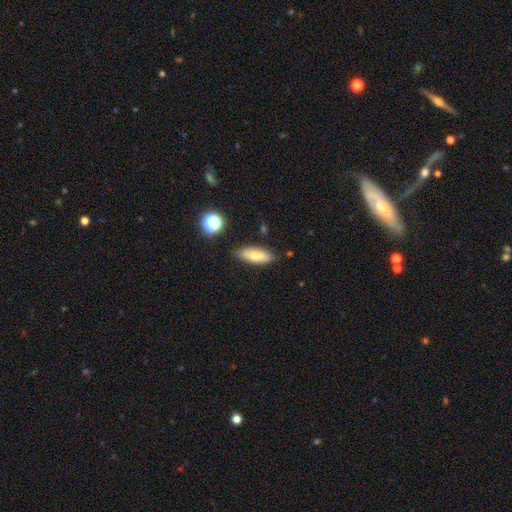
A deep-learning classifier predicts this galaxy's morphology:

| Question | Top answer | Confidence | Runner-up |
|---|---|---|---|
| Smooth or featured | smooth | 75% | featured or disk (18%) |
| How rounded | in between | 69% | cigar-shaped (29%) |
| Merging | none | 84% | minor disturbance (12%) |